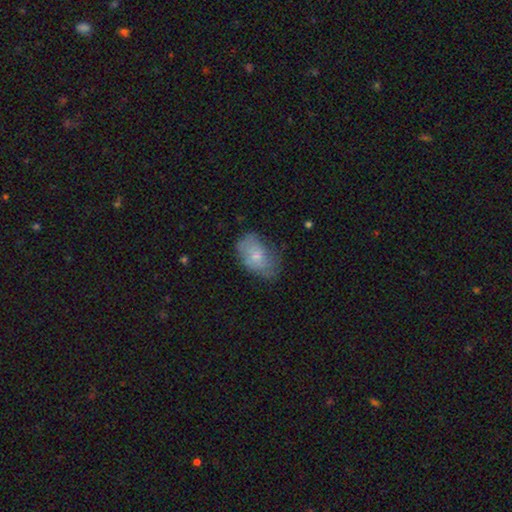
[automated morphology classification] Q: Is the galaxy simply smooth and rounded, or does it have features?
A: smooth — 64%.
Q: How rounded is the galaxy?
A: in between — 88%.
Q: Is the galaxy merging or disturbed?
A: none — 50%.